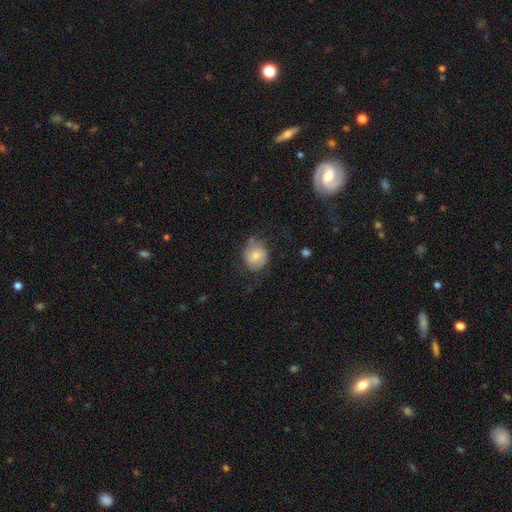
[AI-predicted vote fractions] Smooth or featured?
  - smooth: 66% *
  - featured or disk: 26%
  - star or artifact: 8%
How rounded?
  - round: 68% *
  - in between: 31%
  - cigar-shaped: 1%
Merging?
  - none: 59% *
  - minor disturbance: 27%
  - major disturbance: 11%
  - merger: 2%